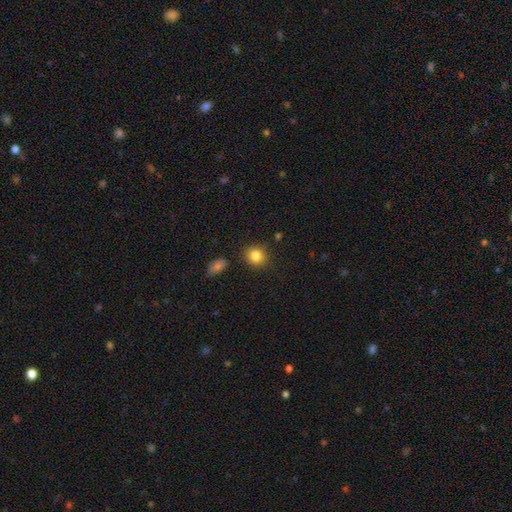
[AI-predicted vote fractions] Smooth or featured? smooth (84%)
How rounded? round (81%)
Merging? none (85%)